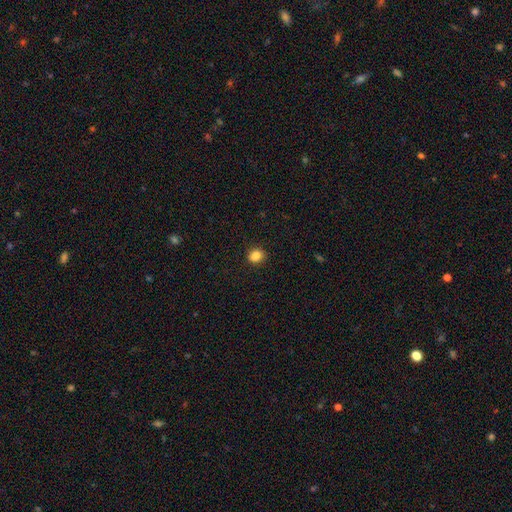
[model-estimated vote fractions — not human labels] smooth_or_featured: smooth (p=0.85) [alt: star or artifact p=0.11]
how_rounded: round (p=0.71) [alt: in between p=0.28]
merging: none (p=0.82) [alt: minor disturbance p=0.12]